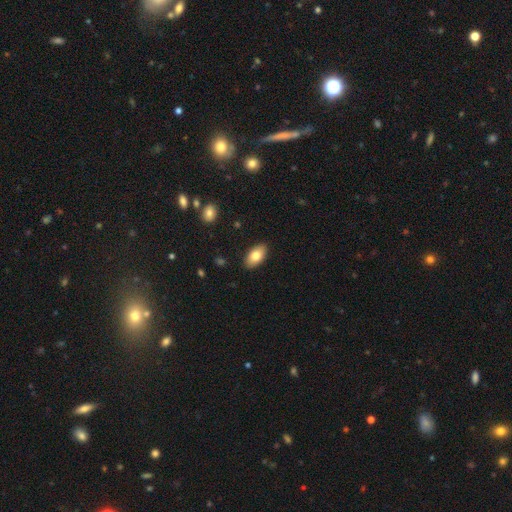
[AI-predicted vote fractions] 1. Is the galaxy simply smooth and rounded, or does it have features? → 79% smooth, 14% featured or disk, 7% star or artifact.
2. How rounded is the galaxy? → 93% in between, 4% round, 3% cigar-shaped.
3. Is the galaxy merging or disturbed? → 88% none, 9% minor disturbance, 2% major disturbance, 1% merger.